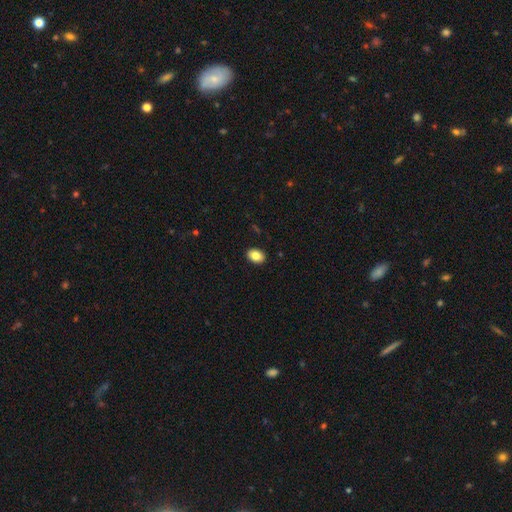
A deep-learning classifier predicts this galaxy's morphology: The model was most divided on "how rounded": in between: 76%, round: 23%, cigar-shaped: 1%. More confident: merging — none (90%); smooth or featured — smooth (84%).